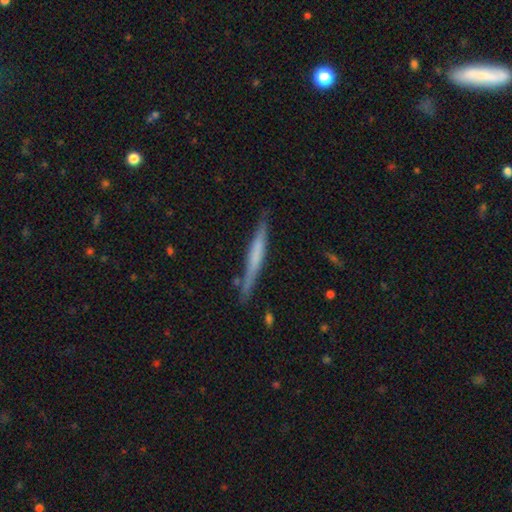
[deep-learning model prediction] This appears to be a smooth galaxy with no disk features (49%). Merging: none (83%).